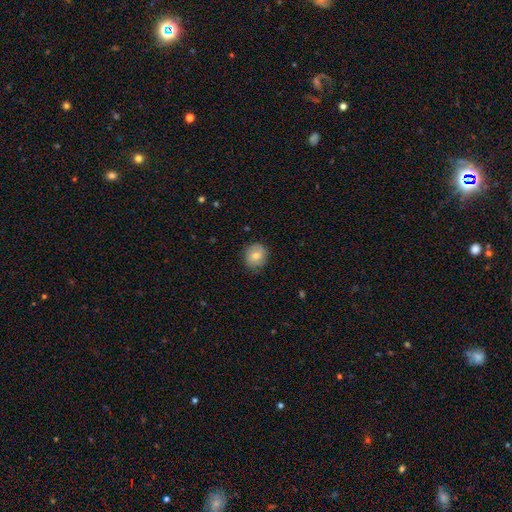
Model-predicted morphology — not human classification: Smooth or featured?
  - smooth: 67% *
  - featured or disk: 24%
  - star or artifact: 9%
How rounded?
  - round: 84% *
  - in between: 15%
  - cigar-shaped: 1%
Merging?
  - none: 82% *
  - minor disturbance: 14%
  - major disturbance: 3%
  - merger: 1%